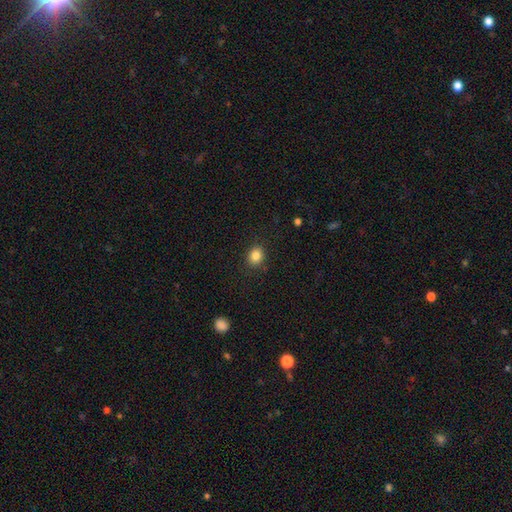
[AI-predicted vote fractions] Overall: smooth (84%). How rounded: round (64%; in between 35%). Merging: none (87%).